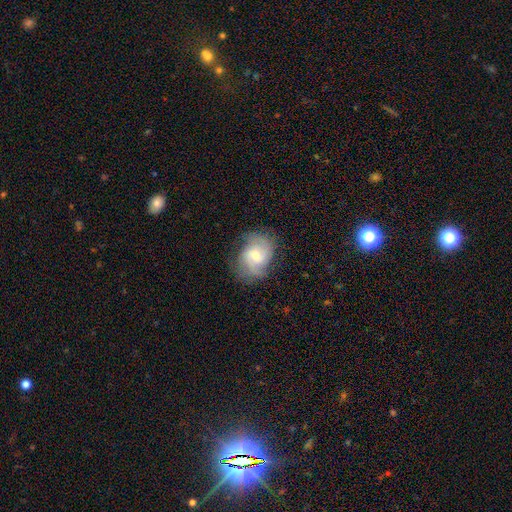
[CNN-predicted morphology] type=featured or disk (71%); edge-on=no (97%); bar=no (57%); spiral arms=yes (92%); winding=medium (42%); arm count=2 (50%); bulge=moderate (57%); merging=none (71%).